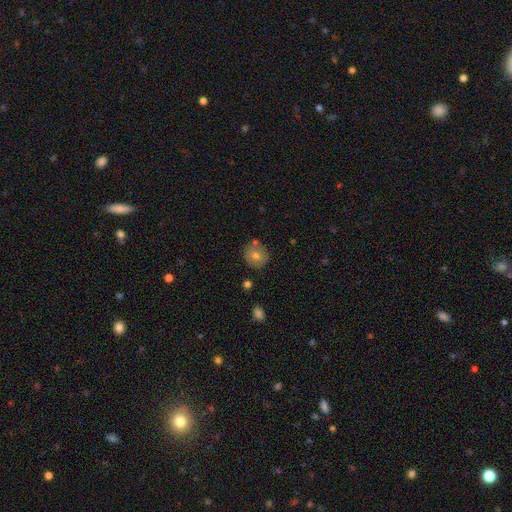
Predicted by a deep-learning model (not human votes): Smooth or featured?
  - smooth: 70% *
  - featured or disk: 20%
  - star or artifact: 10%
How rounded?
  - round: 89% *
  - in between: 10%
  - cigar-shaped: 1%
Merging?
  - none: 76% *
  - minor disturbance: 12%
  - merger: 9%
  - major disturbance: 3%